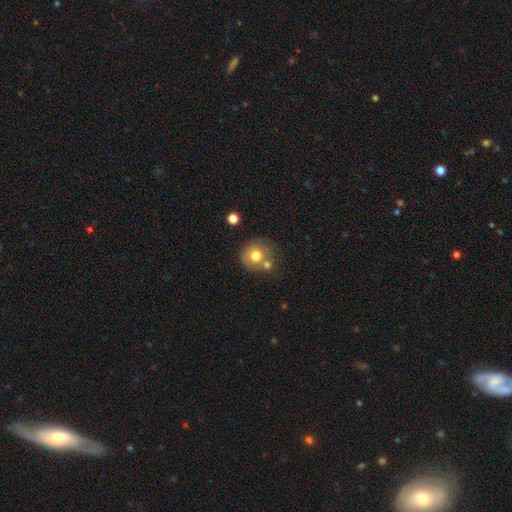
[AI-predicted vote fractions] Smooth or featured: smooth — 70% (featured or disk — 21%)
How rounded: round — 84% (in between — 15%)
Merging: none — 45% (merger — 30%)